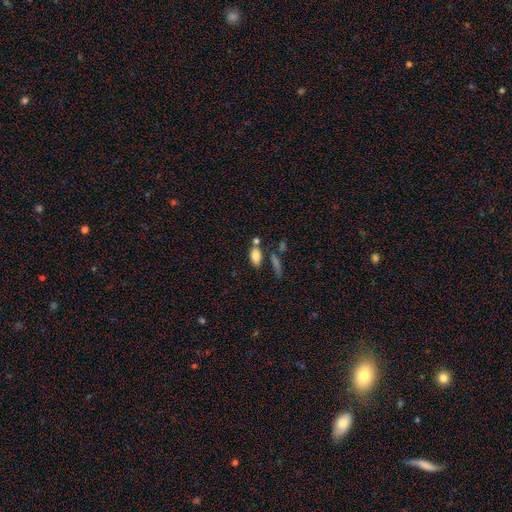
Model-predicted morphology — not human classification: smooth_or_featured: smooth (p=0.79) [alt: featured or disk p=0.13]
how_rounded: in between (p=0.86) [alt: cigar-shaped p=0.08]
merging: none (p=0.57) [alt: merger p=0.22]